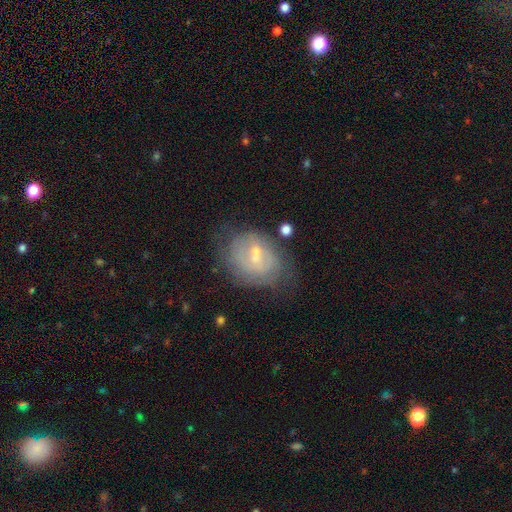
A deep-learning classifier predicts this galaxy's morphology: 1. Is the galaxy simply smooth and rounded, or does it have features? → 59% featured or disk, 31% smooth, 10% star or artifact.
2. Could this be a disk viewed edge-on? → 95% no, 5% yes.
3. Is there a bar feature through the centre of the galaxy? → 51% weak, 33% no, 16% strong.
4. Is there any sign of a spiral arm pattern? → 59% yes, 41% no.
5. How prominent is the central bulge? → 65% small, 26% moderate, 6% none, 2% large, 1% dominant.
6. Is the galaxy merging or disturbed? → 59% none, 24% minor disturbance, 13% major disturbance, 5% merger.